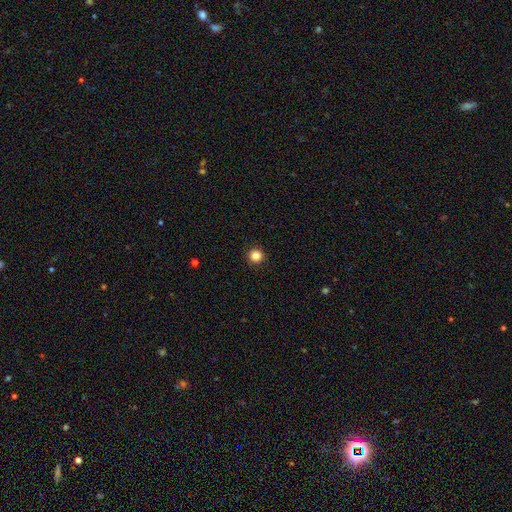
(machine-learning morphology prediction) smooth_or_featured: smooth (p=0.84) [alt: star or artifact p=0.12]
how_rounded: round (p=0.96) [alt: in between p=0.03]
merging: none (p=0.94) [alt: minor disturbance p=0.04]